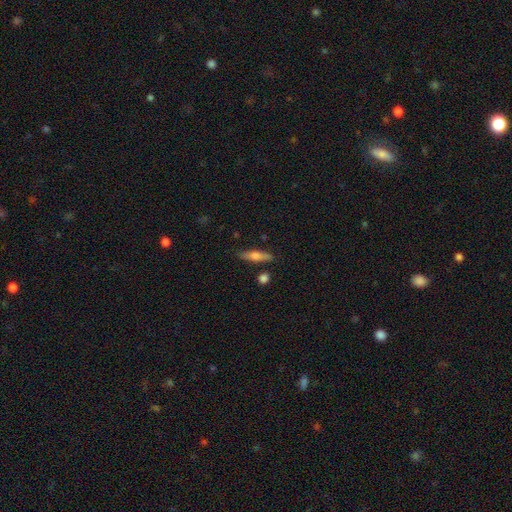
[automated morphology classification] A smooth galaxy with no disk features (57%) that is cigar-shaped (73%).

Vote fractions:
- Smooth or featured? smooth: 57% / featured or disk: 36% / star or artifact: 7%
- How rounded? cigar-shaped: 73% / in between: 24% / round: 3%
- Merging? none: 83% / minor disturbance: 11% / merger: 4% / major disturbance: 2%